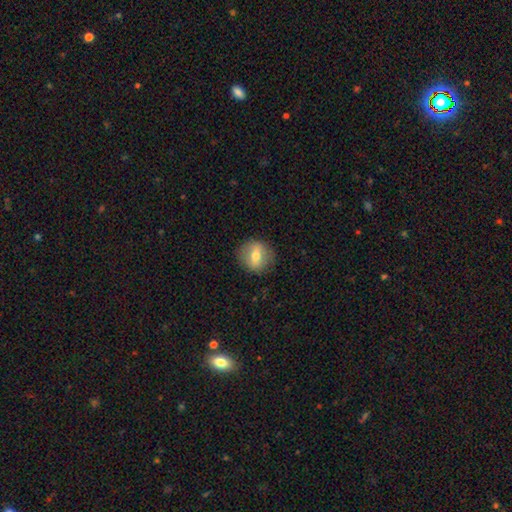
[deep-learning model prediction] A smooth galaxy with no disk features (59%) that is round (80%). Merging: none (85%).